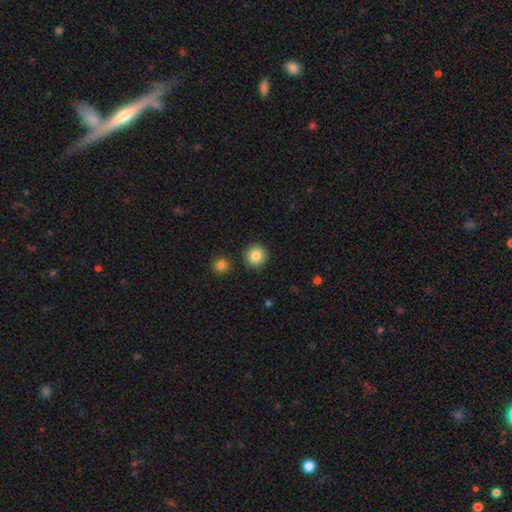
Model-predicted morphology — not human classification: smooth 86%, star or artifact 9%, featured or disk 5%. Down the decision tree: how rounded — round (91%); merging — none (90%).